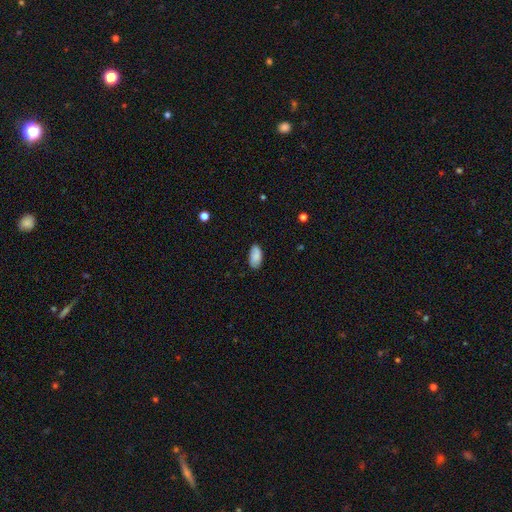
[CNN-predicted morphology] Smooth or featured? Predicted: smooth (p=0.83). How rounded? Predicted: in between (p=0.94). Merging? Predicted: none (p=0.80).